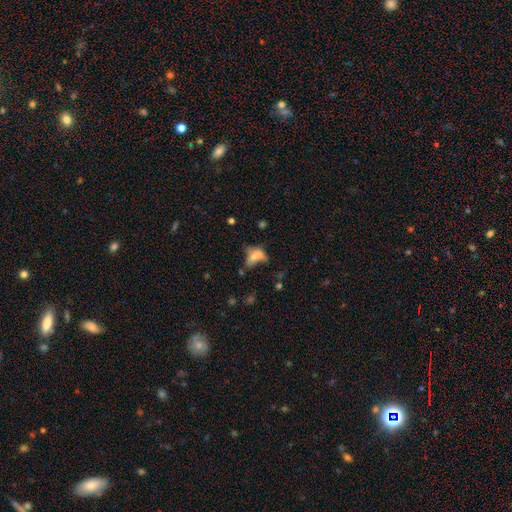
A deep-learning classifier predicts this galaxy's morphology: Smooth or featured? smooth (58%)
How rounded? in between (78%)
Merging? merger (34%)